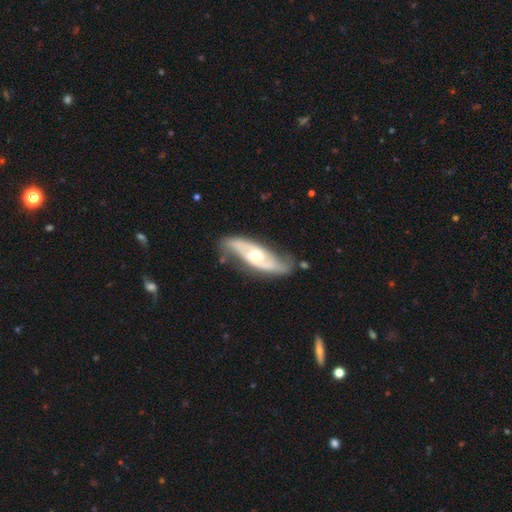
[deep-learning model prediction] featured or disk 79%, smooth 16%, star or artifact 5%. Down the decision tree: edge-on disk — no (86%); bar — no (59%); spiral arms — yes (89%); spiral arm count — 2 (85%); spiral winding — medium (45%); bulge size — moderate (62%); merging — none (72%).